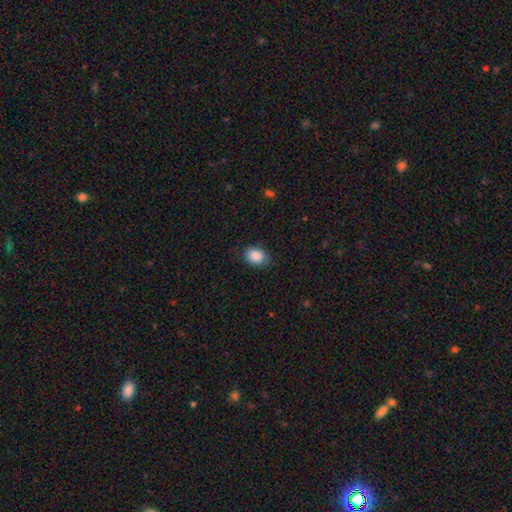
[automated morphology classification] Q: Smooth or featured?
A: smooth (87%); runner-up: star or artifact (8%)
Q: How rounded?
A: in between (62%); runner-up: round (37%)
Q: Merging?
A: none (83%); runner-up: minor disturbance (14%)